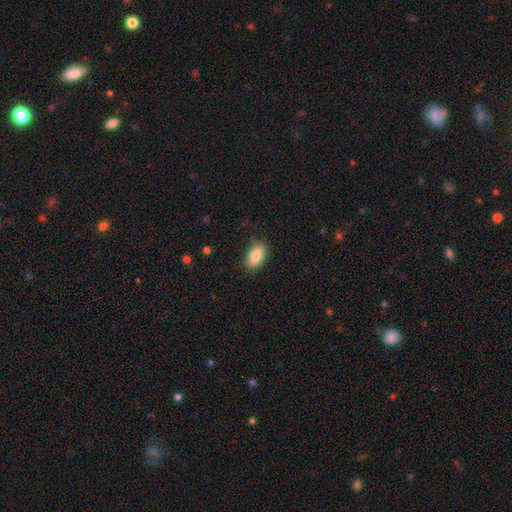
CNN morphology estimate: This appears to be a smooth galaxy with no disk features (85%) that is in between round and cigar-shaped (92%). Merging: none (84%).